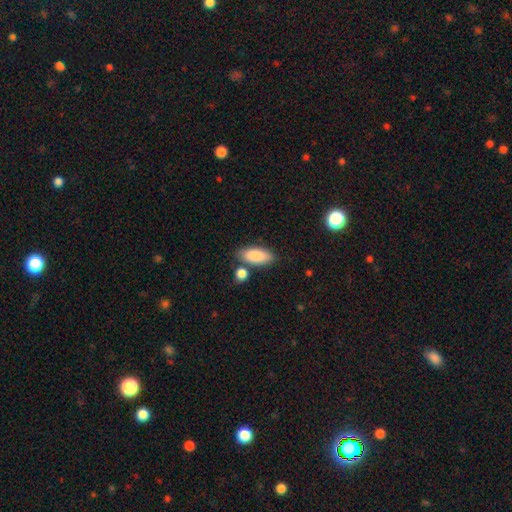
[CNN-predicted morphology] Smooth or featured? Predicted: smooth (p=0.88). How rounded? Predicted: in between (p=0.85). Merging? Predicted: none (p=0.70).